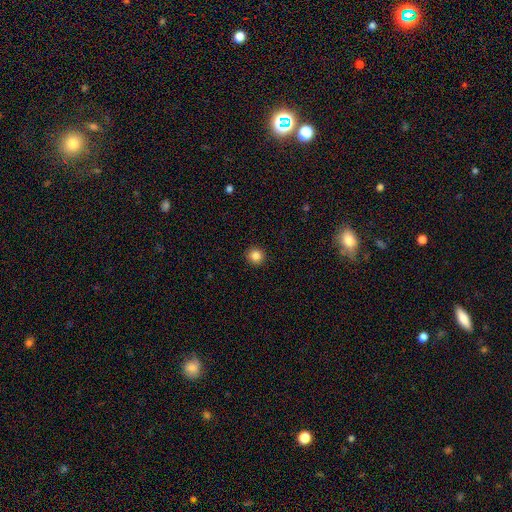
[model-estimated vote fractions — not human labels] A smooth galaxy with no disk features (84%) that is round (94%).

Vote fractions:
- Smooth or featured? smooth: 84% / star or artifact: 11% / featured or disk: 5%
- How rounded? round: 94% / in between: 5% / cigar-shaped: 1%
- Merging? none: 93% / minor disturbance: 4% / major disturbance: 2% / merger: 1%